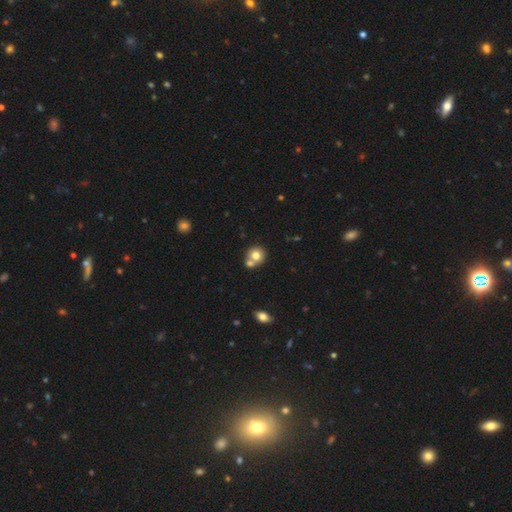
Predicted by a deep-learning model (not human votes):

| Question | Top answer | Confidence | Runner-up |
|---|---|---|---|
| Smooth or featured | smooth | 75% | featured or disk (15%) |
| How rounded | round | 85% | in between (14%) |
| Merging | none | 50% | merger (40%) |